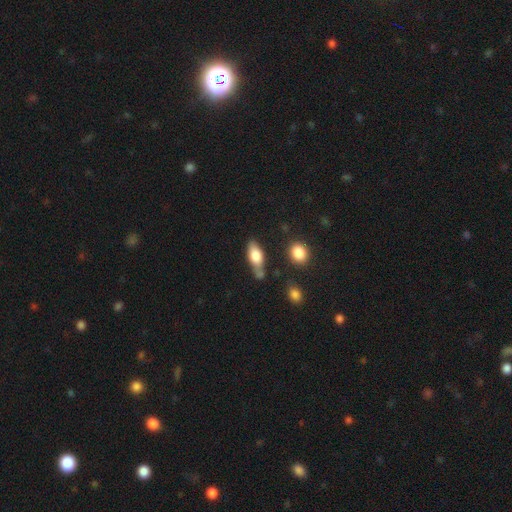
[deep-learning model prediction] smooth-or-featured: smooth: 71% | featured or disk: 22% | star or artifact: 7%
  how-rounded: in between: 79% | cigar-shaped: 17% | round: 4%
  merging: none: 56% | minor disturbance: 23% | merger: 14% | major disturbance: 7%